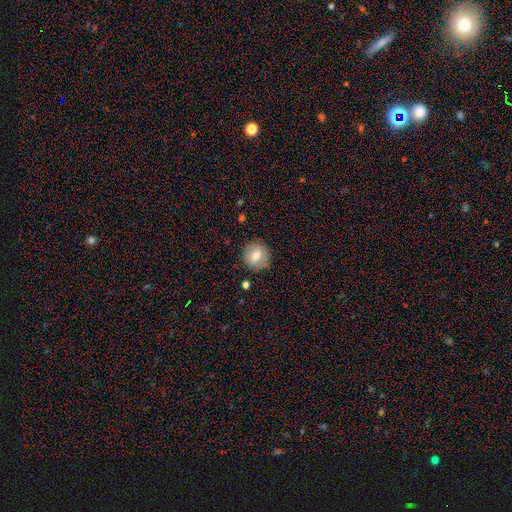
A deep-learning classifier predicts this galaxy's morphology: A smooth galaxy with no disk features (71%) that is round (90%). Merging: none (86%).